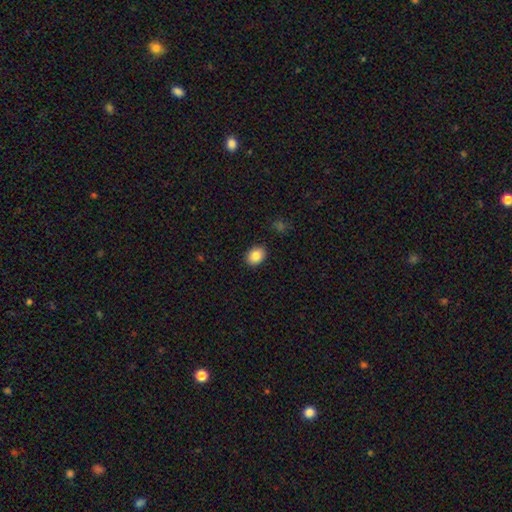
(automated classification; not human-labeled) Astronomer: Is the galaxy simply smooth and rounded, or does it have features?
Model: smooth — 85%.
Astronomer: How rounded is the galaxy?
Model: in between — 58% (runner-up: round, 41%).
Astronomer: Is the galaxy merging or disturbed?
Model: none — 90%.